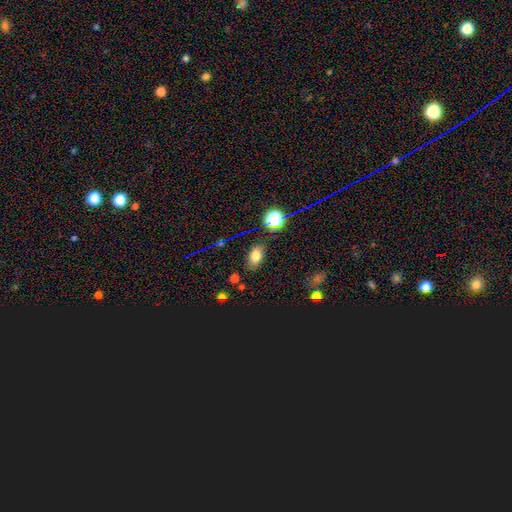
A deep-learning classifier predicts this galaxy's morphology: type=smooth (75%); roundness=in between (86%); merging=none (82%).